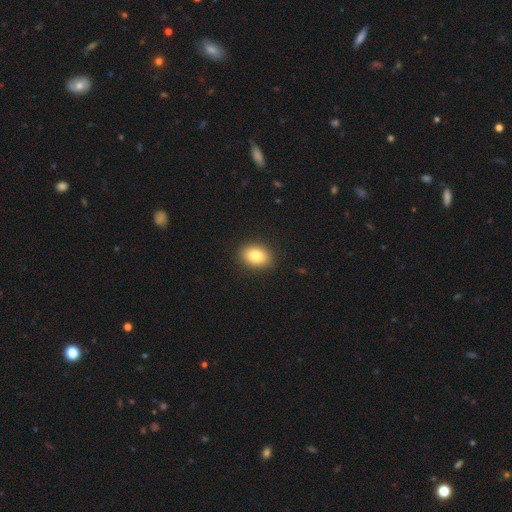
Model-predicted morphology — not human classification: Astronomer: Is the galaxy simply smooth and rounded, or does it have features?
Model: smooth — 82%.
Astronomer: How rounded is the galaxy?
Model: in between — 74%.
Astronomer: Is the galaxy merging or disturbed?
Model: none — 89%.